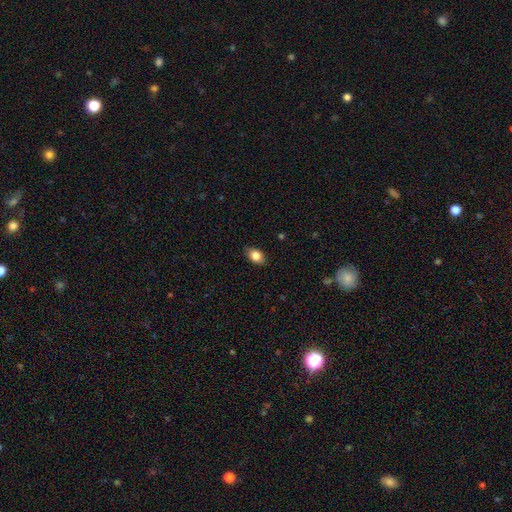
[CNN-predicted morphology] This appears to be a smooth galaxy with no disk features (84%) that is in between round and cigar-shaped (82%). Merging: none (85%).